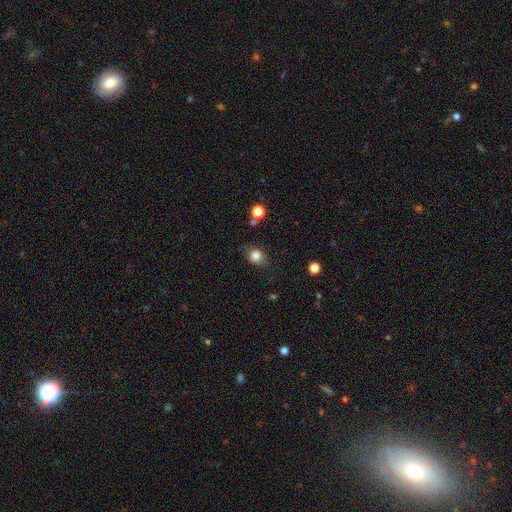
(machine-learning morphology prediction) Smooth or featured? Predicted: smooth (p=0.82). How rounded? Predicted: round (p=0.63). Merging? Predicted: none (p=0.76).